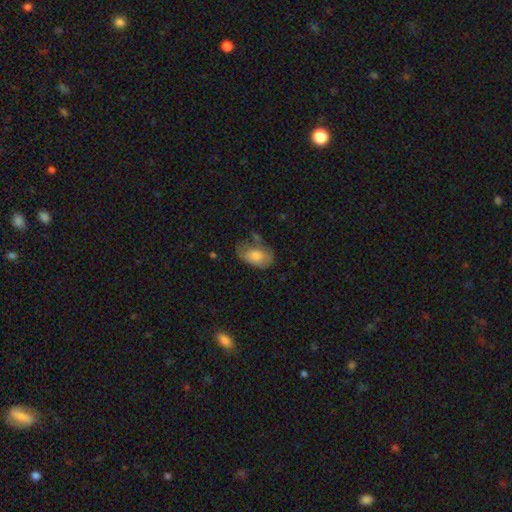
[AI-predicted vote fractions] smooth_or_featured: smooth (p=0.63) [alt: featured or disk p=0.29]
how_rounded: in between (p=0.88) [alt: round p=0.10]
merging: none (p=0.40) [alt: minor disturbance p=0.34]